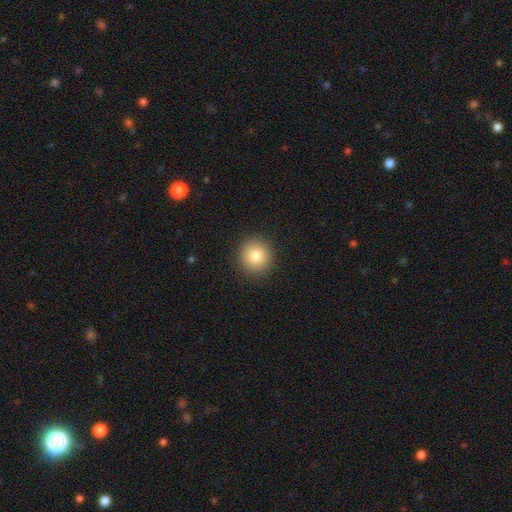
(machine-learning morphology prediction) Smooth or featured? Predicted: smooth (p=0.80). How rounded? Predicted: round (p=0.93). Merging? Predicted: none (p=0.91).